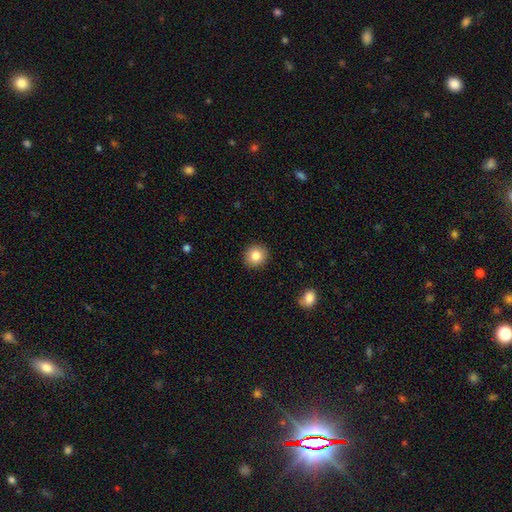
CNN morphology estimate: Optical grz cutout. It shows a smooth galaxy with no disk features (84%) that is round (88%). Merging: none (91%).